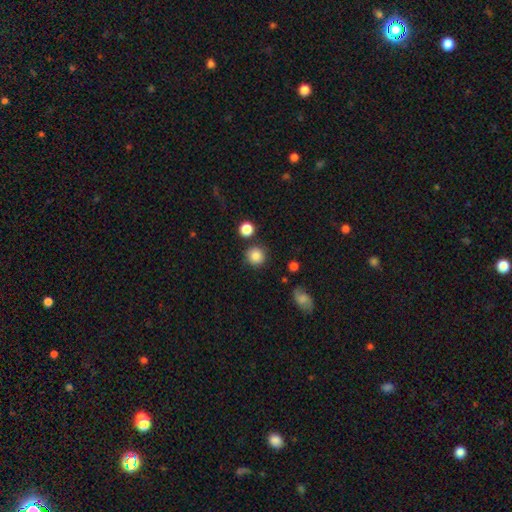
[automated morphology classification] smooth_or_featured: smooth (p=0.85) [alt: star or artifact p=0.10]
how_rounded: round (p=0.93) [alt: in between p=0.06]
merging: none (p=0.84) [alt: minor disturbance p=0.09]